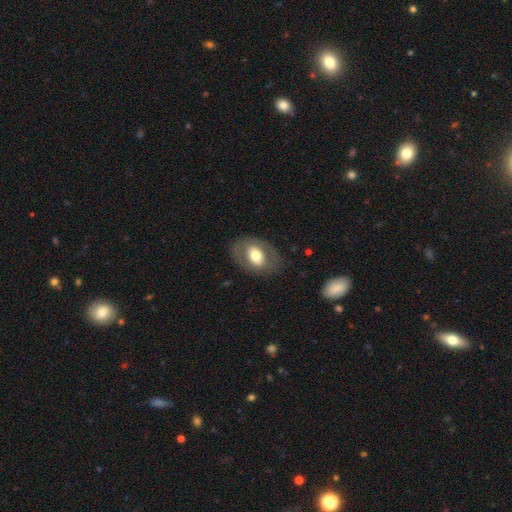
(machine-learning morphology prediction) Smooth or featured?
  - smooth: 52% *
  - featured or disk: 42%
  - star or artifact: 7%
How rounded?
  - in between: 75% *
  - round: 24%
  - cigar-shaped: 1%
Merging?
  - none: 78% *
  - minor disturbance: 14%
  - major disturbance: 8%
  - merger: 1%